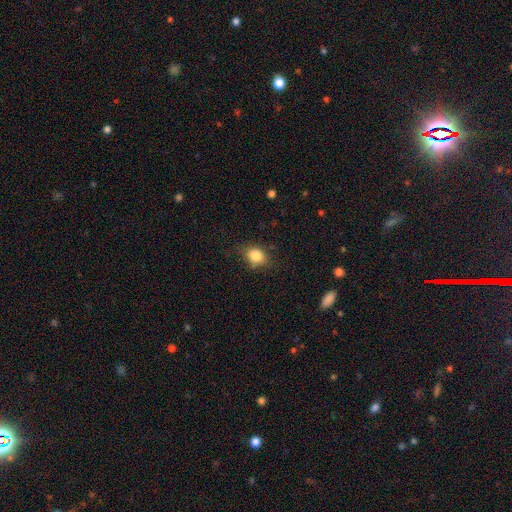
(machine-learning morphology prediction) This appears to be a smooth galaxy with no disk features (84%) that is round (51%). Merging: none (74%).